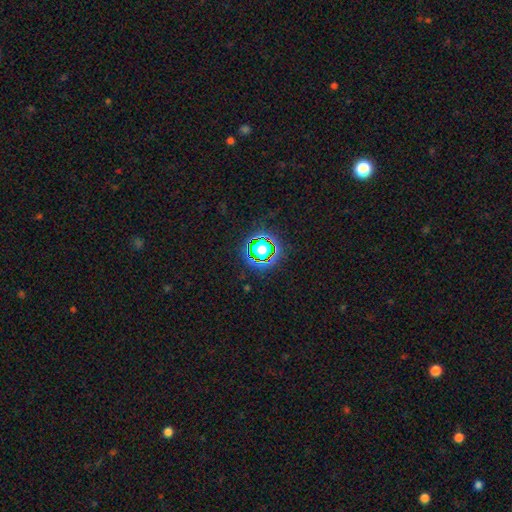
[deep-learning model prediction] This appears to be a star or artifact, not a galaxy (79%).